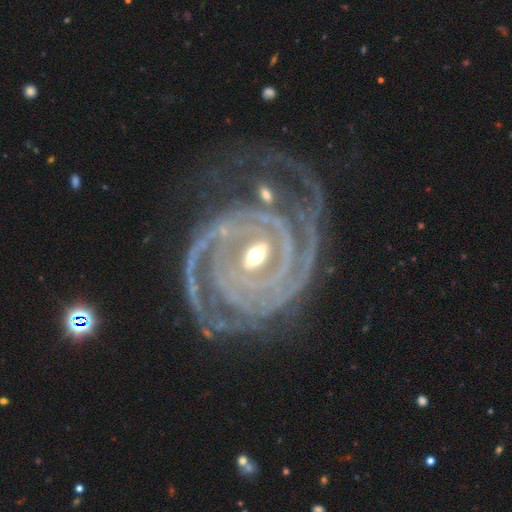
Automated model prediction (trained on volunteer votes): This is clearly a featured or disk galaxy (92%). It is clearly not viewed edge-on (97%). Bar: marginally strong (40%). Spiral arm pattern: clearly yes (96%). Spiral arm count: marginally 2 (28%). Spiral winding: likely tight (74%). Central bulge: possibly moderate (57%). Merging: likely none (63%).